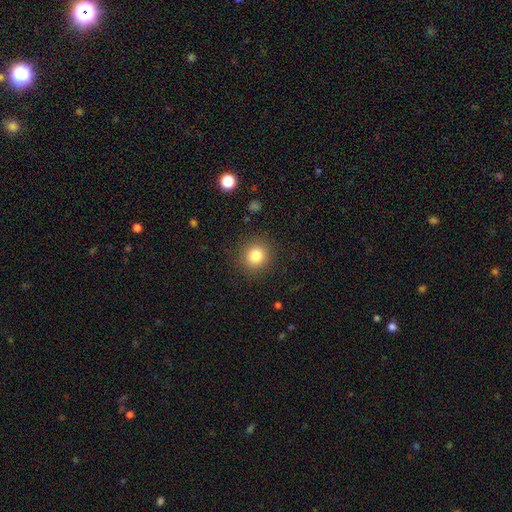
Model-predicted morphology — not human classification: smooth-or-featured: smooth: 82% | star or artifact: 11% | featured or disk: 7%
  how-rounded: round: 89% | in between: 10% | cigar-shaped: 1%
  merging: none: 89% | minor disturbance: 7% | major disturbance: 3% | merger: 1%